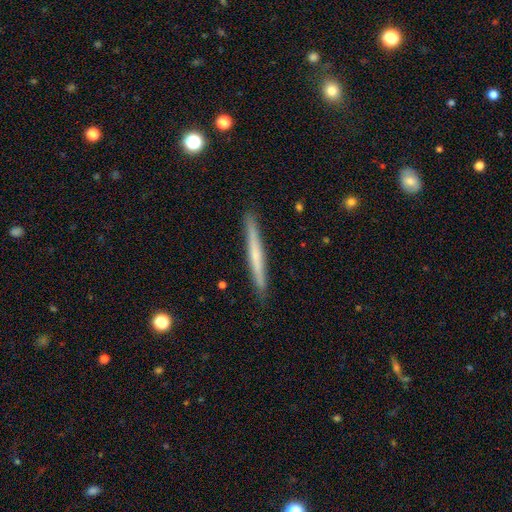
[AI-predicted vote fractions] Q: Smooth or featured?
A: featured or disk (47%); tied with: smooth (47%)
Q: Merging?
A: none (91%); runner-up: minor disturbance (7%)